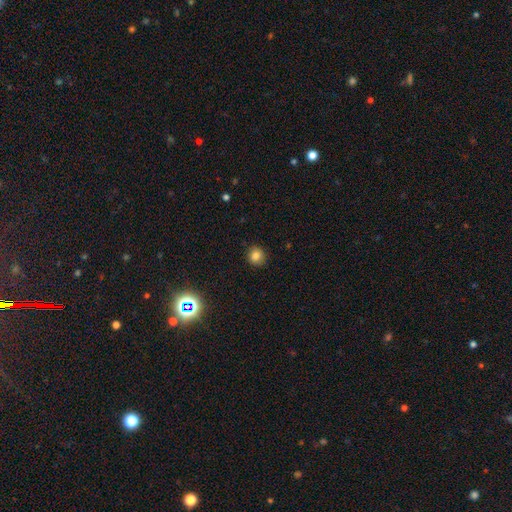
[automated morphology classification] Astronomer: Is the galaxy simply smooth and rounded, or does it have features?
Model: smooth — 82%.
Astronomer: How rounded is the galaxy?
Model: round — 87%.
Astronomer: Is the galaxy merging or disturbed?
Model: none — 90%.